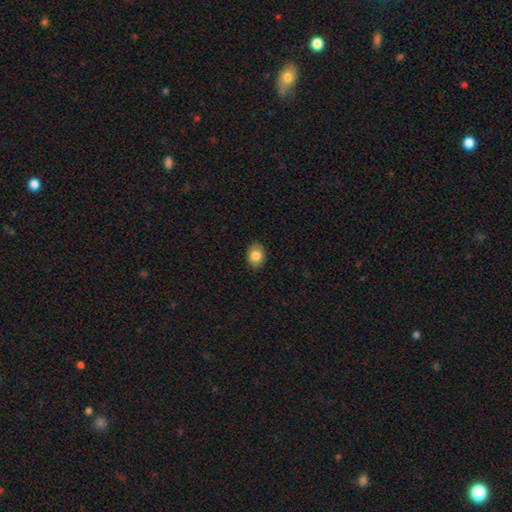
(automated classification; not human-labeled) Smooth or featured?
  - smooth: 83% *
  - featured or disk: 9%
  - star or artifact: 8%
How rounded?
  - in between: 66% *
  - round: 33%
  - cigar-shaped: 1%
Merging?
  - none: 87% *
  - minor disturbance: 10%
  - major disturbance: 2%
  - merger: 1%